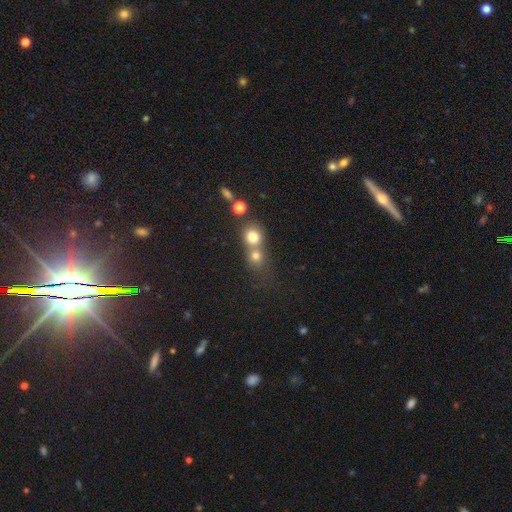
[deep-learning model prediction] Smooth or featured: smooth — 74% (star or artifact — 15%)
How rounded: round — 83% (in between — 16%)
Merging: merger — 52% (none — 38%)